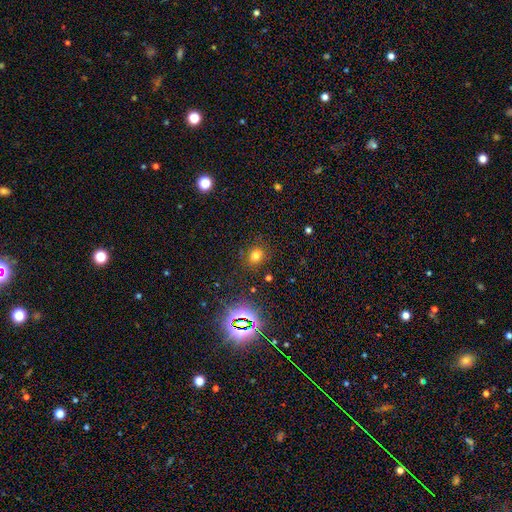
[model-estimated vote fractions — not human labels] Smooth or featured: smooth — 67% (star or artifact — 25%)
How rounded: round — 60% (in between — 39%)
Merging: none — 80% (minor disturbance — 12%)